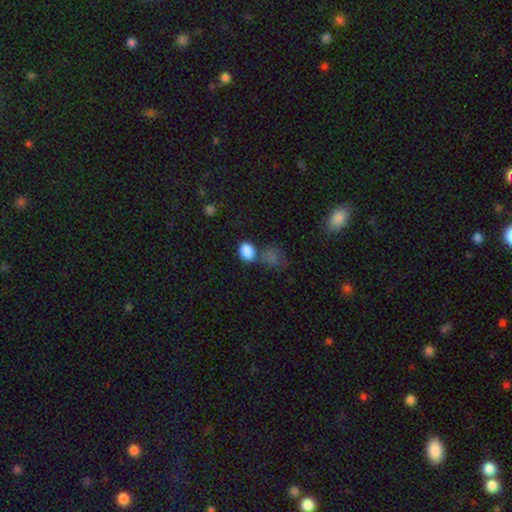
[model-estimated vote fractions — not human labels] A smooth galaxy with no disk features (46%). Merging: none (60%).